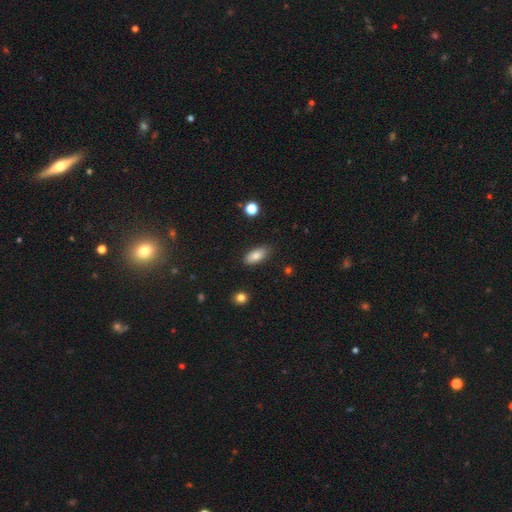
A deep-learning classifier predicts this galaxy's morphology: smooth 81%, featured or disk 11%, star or artifact 8%. Down the decision tree: how rounded — in between (87%); merging — none (85%).